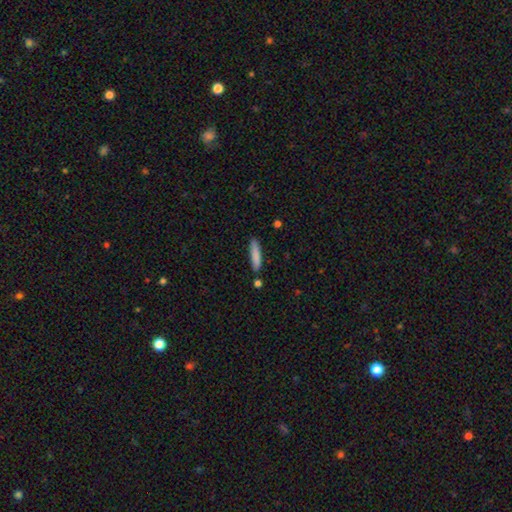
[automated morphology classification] smooth 83%, featured or disk 10%, star or artifact 6%. Down the decision tree: how rounded — cigar-shaped (86%); merging — none (82%).